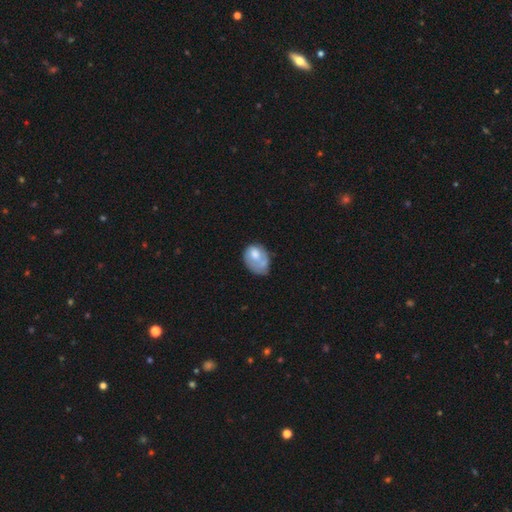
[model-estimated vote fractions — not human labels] Smooth or featured? smooth (58%)
How rounded? in between (74%)
Merging? minor disturbance (34%)